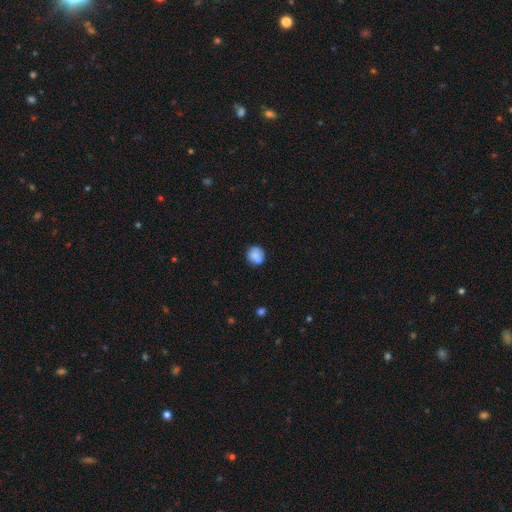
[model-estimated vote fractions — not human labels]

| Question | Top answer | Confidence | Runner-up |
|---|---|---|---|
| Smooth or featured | smooth | 81% | featured or disk (11%) |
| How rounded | round | 81% | in between (18%) |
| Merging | none | 73% | minor disturbance (18%) |